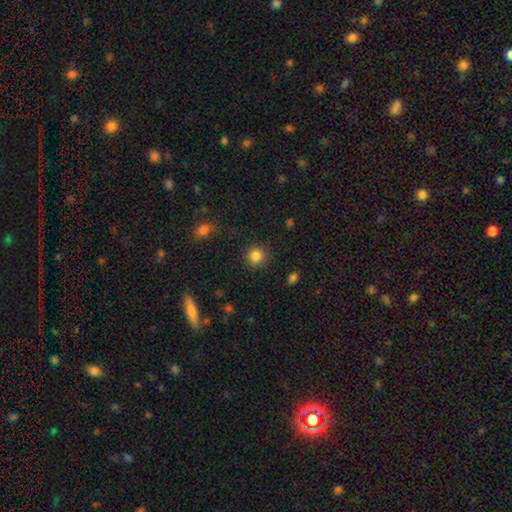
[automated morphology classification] type=smooth (84%); roundness=round (91%); merging=none (88%).